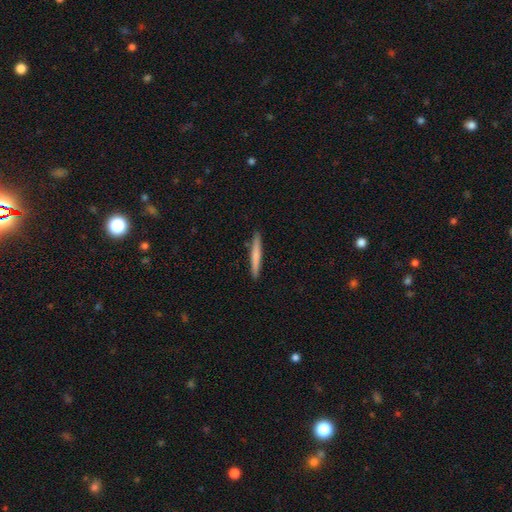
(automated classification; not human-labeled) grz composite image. It shows a smooth galaxy with no disk features (69%) that is cigar-shaped (96%). Merging: none (91%).